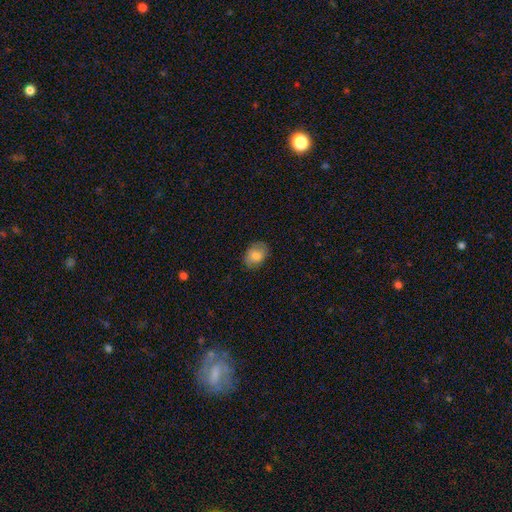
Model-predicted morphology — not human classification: Overall: smooth (80%). How rounded: in between (75%). Merging: none (82%).